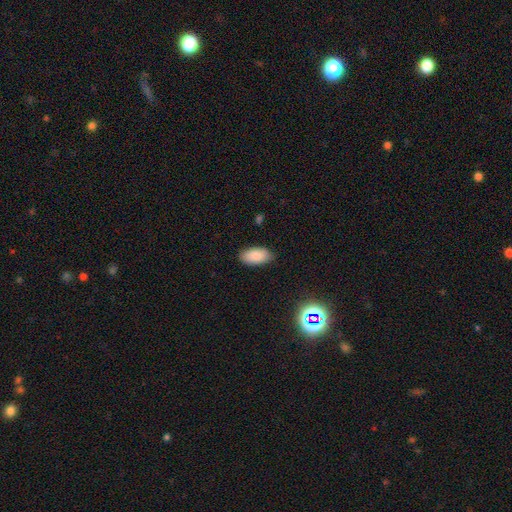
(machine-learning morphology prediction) Q: Smooth or featured?
A: smooth (86%); runner-up: star or artifact (8%)
Q: How rounded?
A: in between (94%); runner-up: cigar-shaped (3%)
Q: Merging?
A: none (85%); runner-up: minor disturbance (12%)